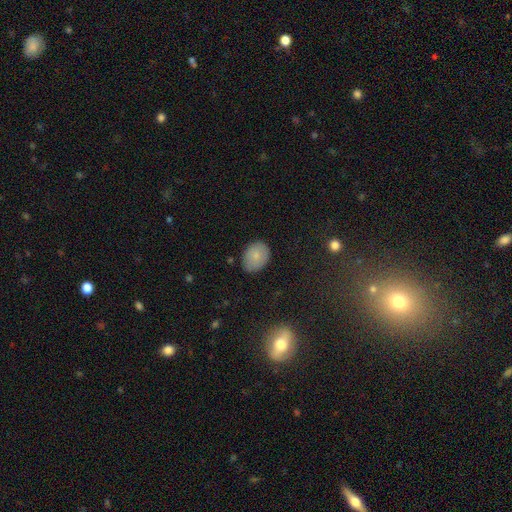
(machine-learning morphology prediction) Smooth or featured? smooth (80%)
How rounded? in between (63%)
Merging? none (80%)